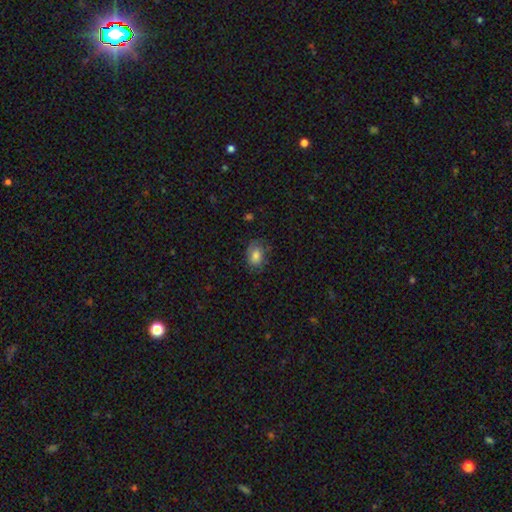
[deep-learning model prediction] This is likely a smooth galaxy (77%). How rounded: likely in between (75%). Merging: likely none (68%).